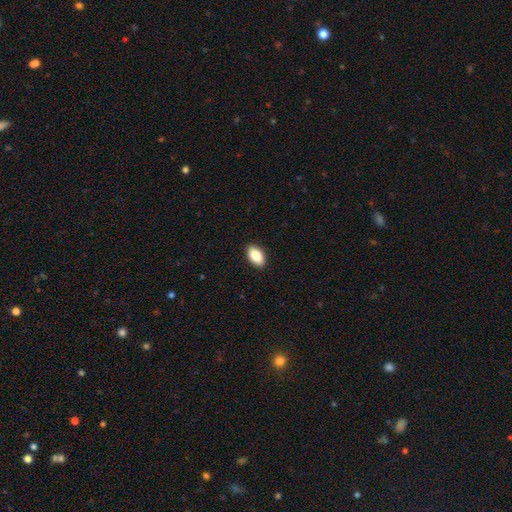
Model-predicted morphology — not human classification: A smooth galaxy with no disk features (86%) that is in between round and cigar-shaped (93%).

Vote fractions:
- Smooth or featured? smooth: 86% / star or artifact: 7% / featured or disk: 7%
- How rounded? in between: 93% / round: 5% / cigar-shaped: 2%
- Merging? none: 90% / minor disturbance: 7% / major disturbance: 2% / merger: 1%